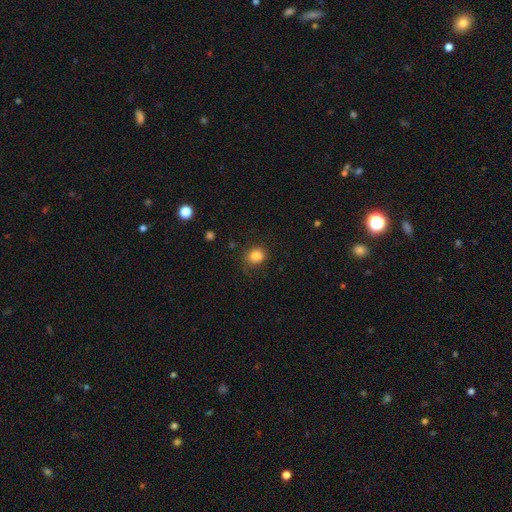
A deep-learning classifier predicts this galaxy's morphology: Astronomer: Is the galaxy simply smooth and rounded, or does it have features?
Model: smooth — 83%.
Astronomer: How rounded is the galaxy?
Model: round — 71%.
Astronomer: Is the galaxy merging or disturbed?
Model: none — 79%.